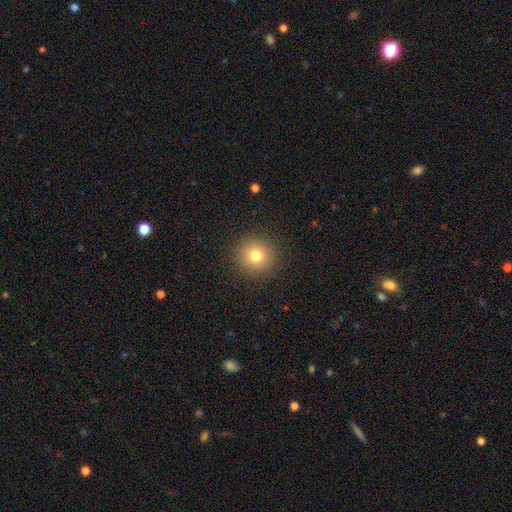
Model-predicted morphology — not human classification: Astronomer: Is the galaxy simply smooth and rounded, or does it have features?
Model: smooth — 78%.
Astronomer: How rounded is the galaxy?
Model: round — 95%.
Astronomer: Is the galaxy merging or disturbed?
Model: none — 91%.